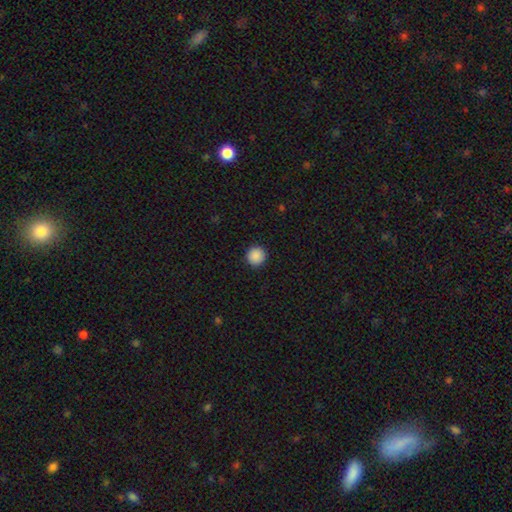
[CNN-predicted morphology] A smooth galaxy with no disk features (89%) that is round (95%). Merging: none (92%).